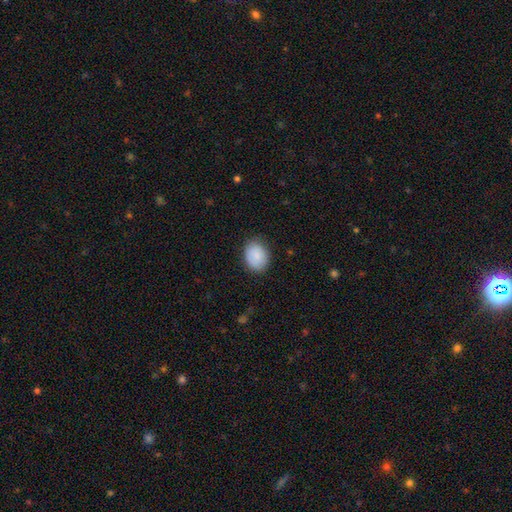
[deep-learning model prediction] Smooth or featured: smooth — 88% (star or artifact — 7%)
How rounded: in between — 58% (round — 41%)
Merging: none — 80% (minor disturbance — 16%)